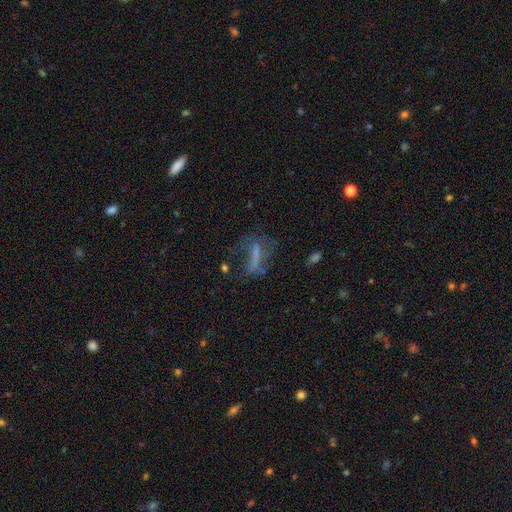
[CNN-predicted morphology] smooth-or-featured: smooth: 41% (tied) | featured or disk: 41% (tied) | star or artifact: 18%
  merging: none: 41% | major disturbance: 33% | minor disturbance: 21% | merger: 5%